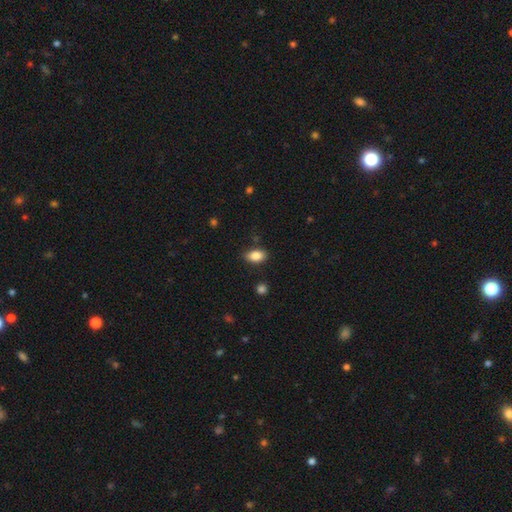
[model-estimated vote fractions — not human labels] A smooth galaxy with no disk features (86%) that is in between round and cigar-shaped (90%). Merging: none (84%).